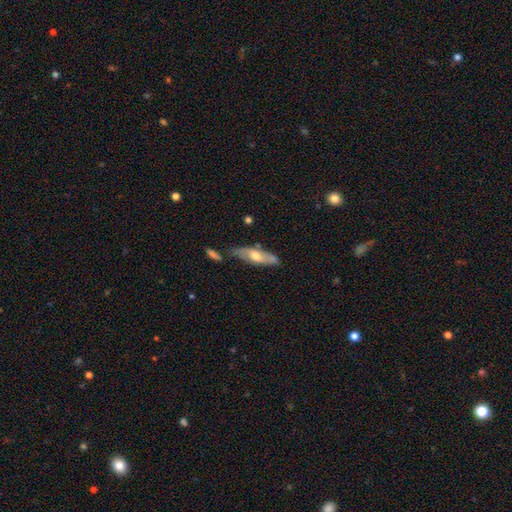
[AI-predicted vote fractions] A featured or disk galaxy (54%) viewed edge-on (50%, tied with no). Merging: none (68%).